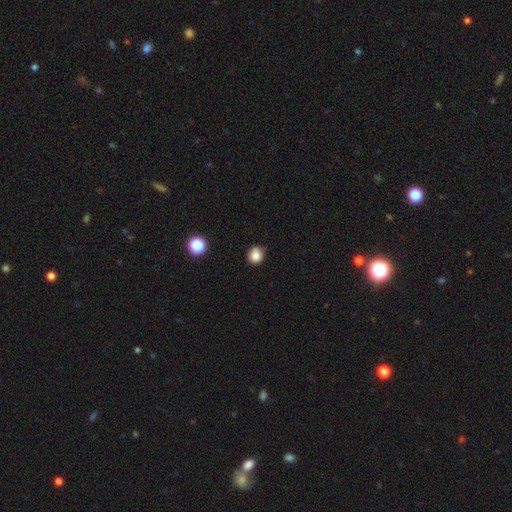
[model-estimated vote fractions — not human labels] A smooth galaxy with no disk features (82%) that is round (83%). Merging: none (74%).